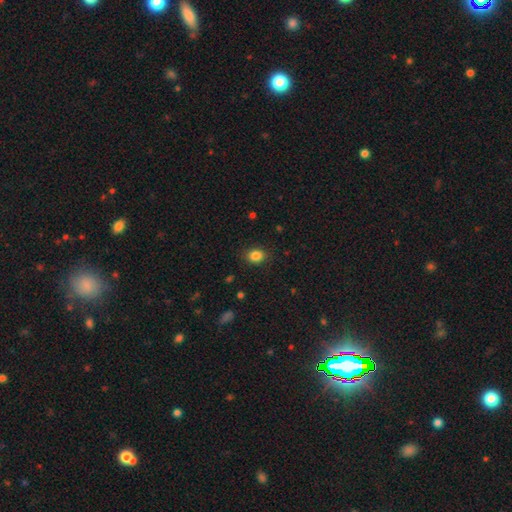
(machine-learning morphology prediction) Smooth or featured? Predicted: smooth (p=0.85). How rounded? Predicted: round (p=0.52). Merging? Predicted: none (p=0.87).